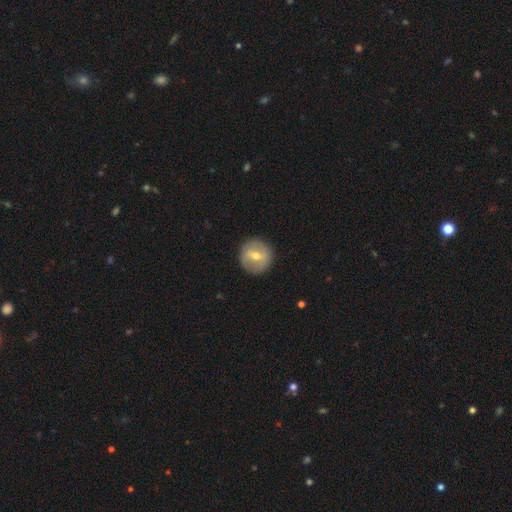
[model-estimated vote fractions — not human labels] This appears to be a featured or disk galaxy (48%). Merging: none (89%).